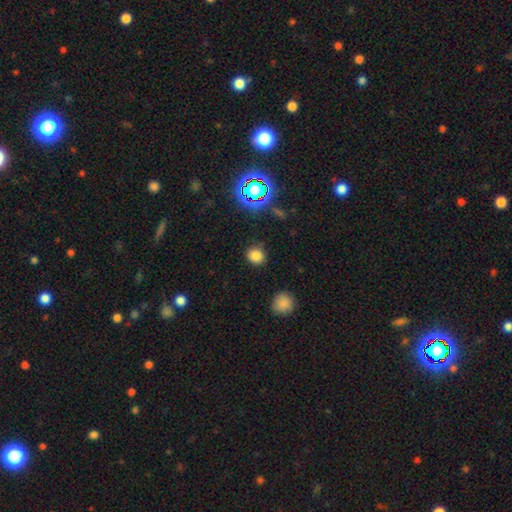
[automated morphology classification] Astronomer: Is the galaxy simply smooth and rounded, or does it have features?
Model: smooth — 79%.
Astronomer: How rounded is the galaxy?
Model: round — 85%.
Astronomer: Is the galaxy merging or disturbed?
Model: none — 87%.